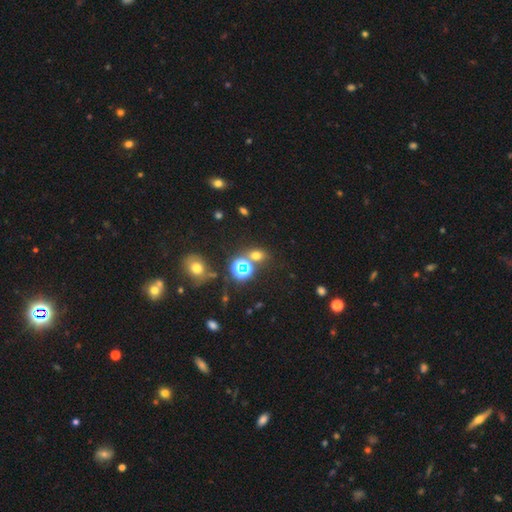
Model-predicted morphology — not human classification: smooth_or_featured: smooth (p=0.56) [alt: star or artifact p=0.36]
how_rounded: round (p=0.53) [alt: in between p=0.45]
merging: none (p=0.72) [alt: merger p=0.13]